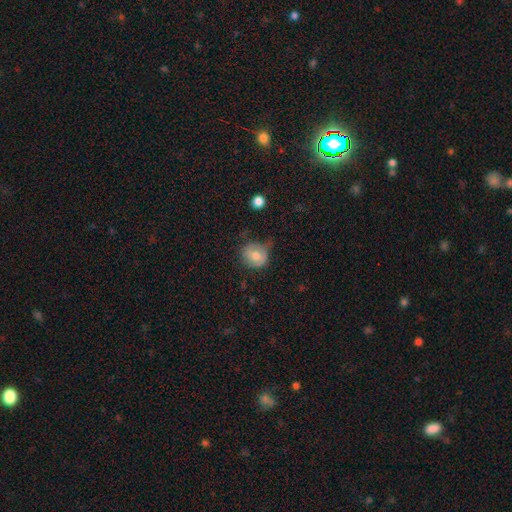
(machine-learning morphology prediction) smooth 68%, featured or disk 23%, star or artifact 8%. Down the decision tree: how rounded — round (77%); merging — none (49%).